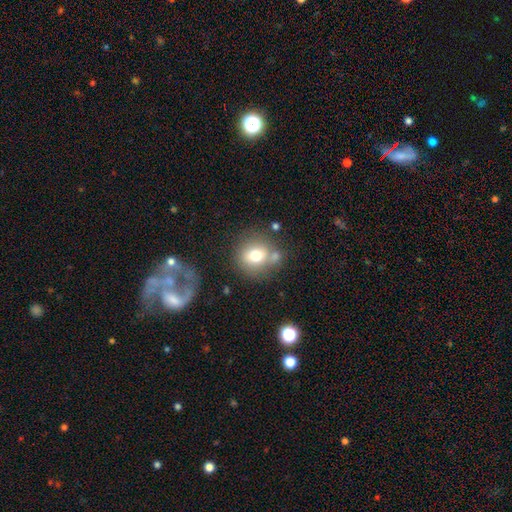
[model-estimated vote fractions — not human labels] Overall: smooth (72%). How rounded: round (78%). Merging: none (63%).